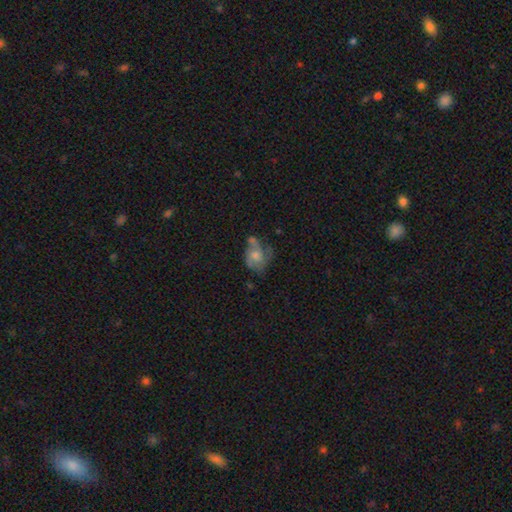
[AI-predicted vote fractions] The model was most divided on "smooth or featured": featured or disk: 47%, smooth: 44%, star or artifact: 9%. Remaining: merging — none (33%).